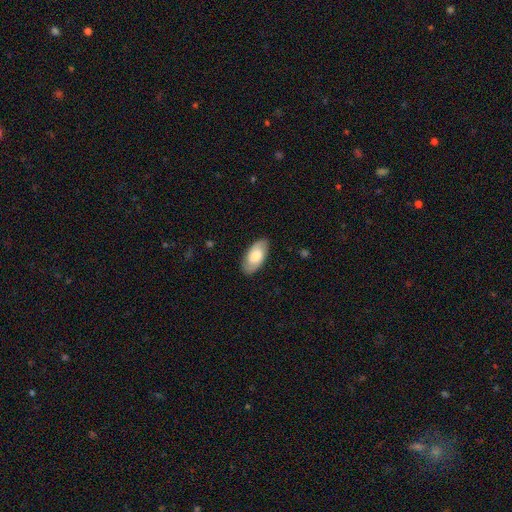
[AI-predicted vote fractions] smooth_or_featured: smooth (p=0.62) [alt: featured or disk p=0.32]
how_rounded: in between (p=0.94) [alt: cigar-shaped p=0.03]
merging: none (p=0.85) [alt: minor disturbance p=0.11]